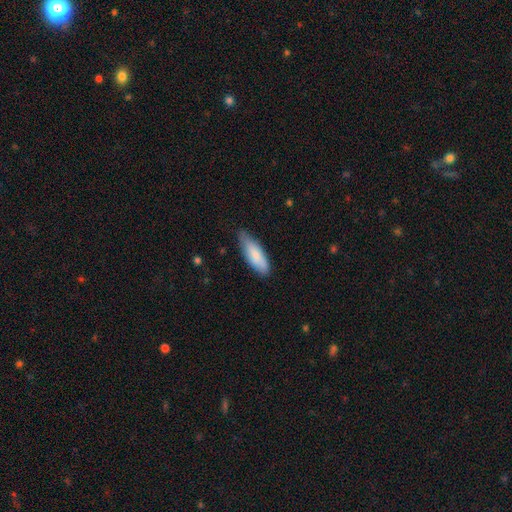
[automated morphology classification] Q: Smooth or featured?
A: smooth (81%); runner-up: featured or disk (14%)
Q: How rounded?
A: in between (63%); runner-up: cigar-shaped (35%)
Q: Merging?
A: none (71%); runner-up: minor disturbance (24%)